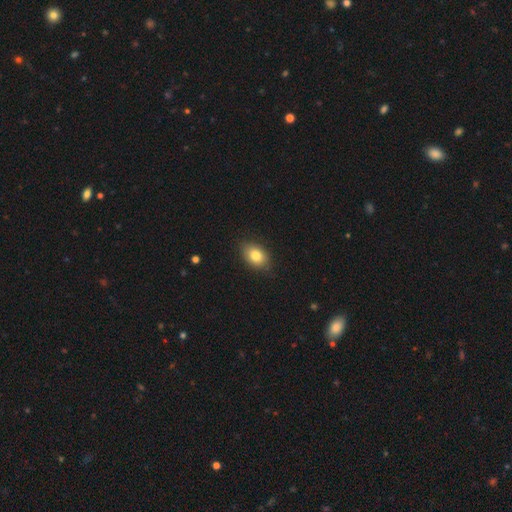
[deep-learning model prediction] This appears to be a smooth galaxy with no disk features (82%) that is in between round and cigar-shaped (81%). Merging: none (84%).